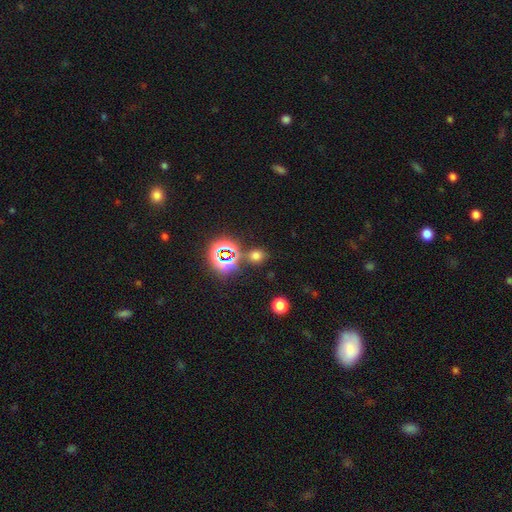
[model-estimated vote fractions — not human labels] Q: Smooth or featured?
A: smooth (61%); runner-up: star or artifact (33%)
Q: How rounded?
A: round (70%); runner-up: in between (29%)
Q: Merging?
A: none (78%); runner-up: minor disturbance (10%)